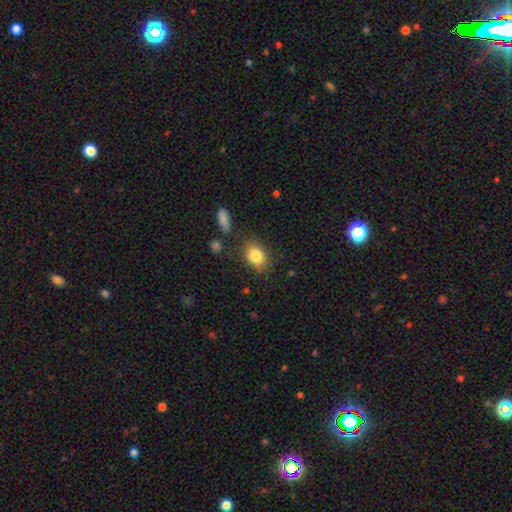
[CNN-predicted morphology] This is clearly a smooth galaxy (84%). How rounded: likely in between (72%). Merging: likely none (76%).